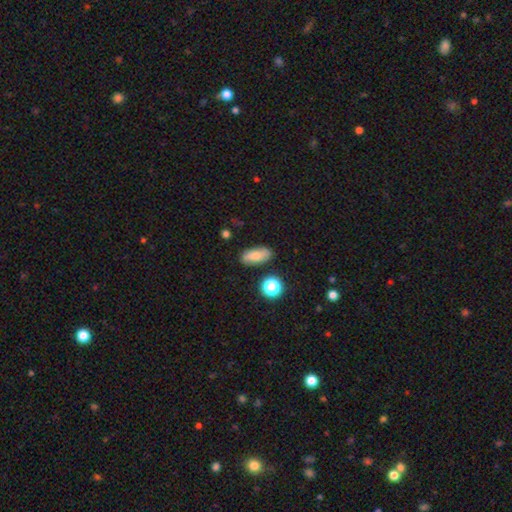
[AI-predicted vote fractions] Smooth or featured: smooth — 71% (featured or disk — 19%)
How rounded: in between — 79% (cigar-shaped — 13%)
Merging: none — 82% (minor disturbance — 12%)